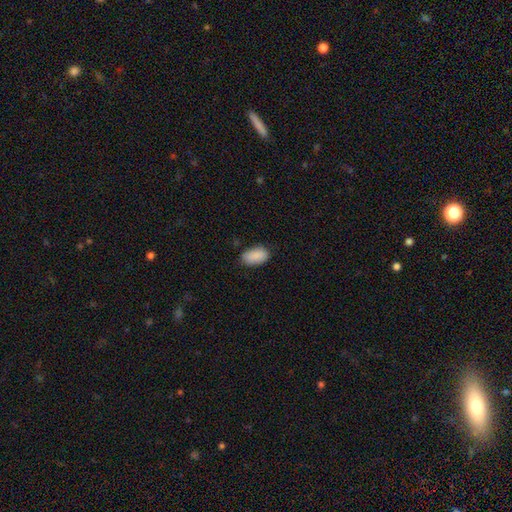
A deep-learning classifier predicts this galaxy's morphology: A smooth galaxy with no disk features (90%) that is in between round and cigar-shaped (94%). Merging: none (79%).